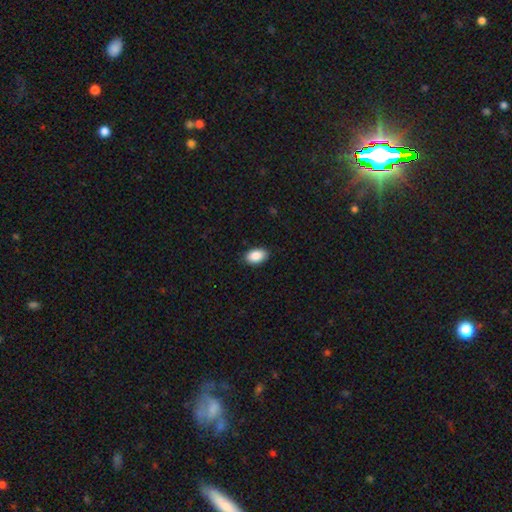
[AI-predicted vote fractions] Smooth or featured?
  - smooth: 89% *
  - star or artifact: 7%
  - featured or disk: 4%
How rounded?
  - in between: 91% *
  - round: 7%
  - cigar-shaped: 1%
Merging?
  - none: 89% *
  - minor disturbance: 8%
  - major disturbance: 2%
  - merger: 1%